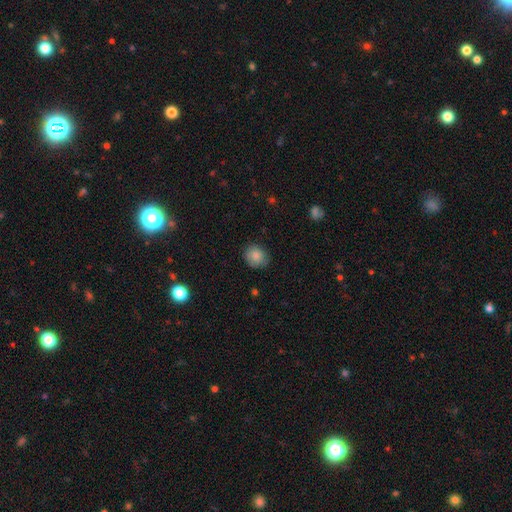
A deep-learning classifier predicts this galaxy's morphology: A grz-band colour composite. It shows a smooth galaxy with no disk features (86%) that is round (76%). Merging: none (81%).